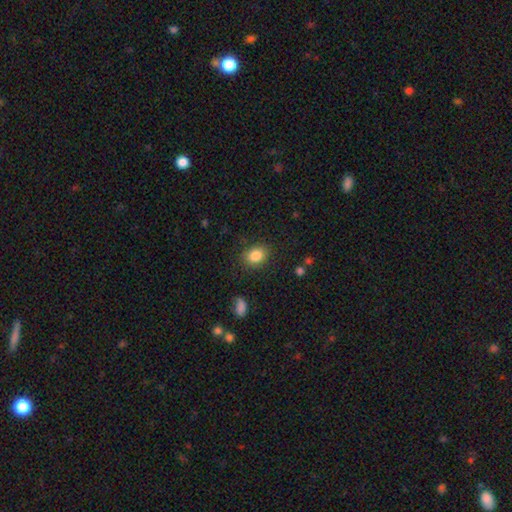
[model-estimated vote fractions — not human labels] Overall: smooth (85%). How rounded: in between (58%; round 41%). Merging: none (84%).